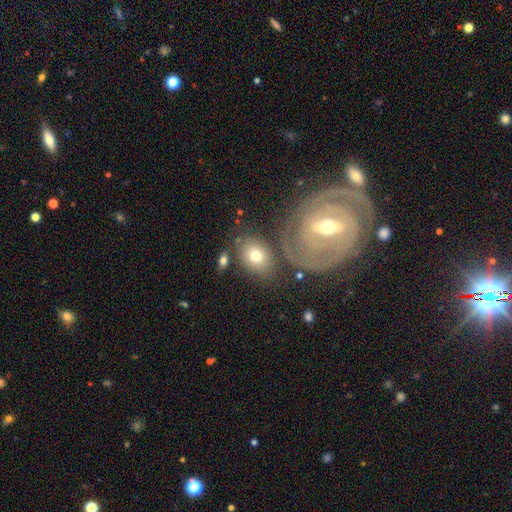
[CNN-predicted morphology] A smooth galaxy with no disk features (65%) that is in between round and cigar-shaped (73%).

Vote fractions:
- Smooth or featured? smooth: 65% / featured or disk: 26% / star or artifact: 9%
- How rounded? in between: 73% / round: 26% / cigar-shaped: 1%
- Merging? none: 65% / minor disturbance: 15% / merger: 13% / major disturbance: 7%